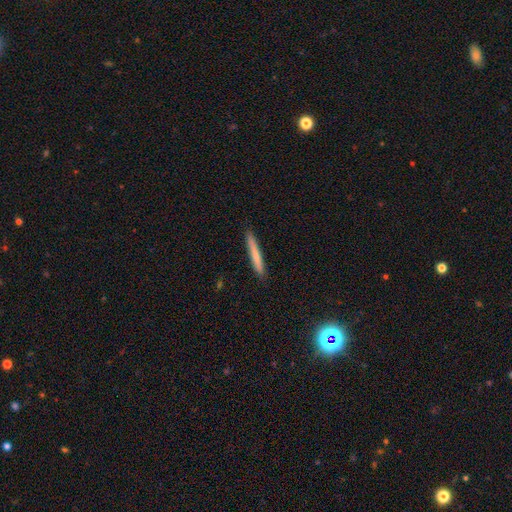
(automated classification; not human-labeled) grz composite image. It shows a smooth galaxy with no disk features (75%) that is cigar-shaped (96%). Merging: none (89%).